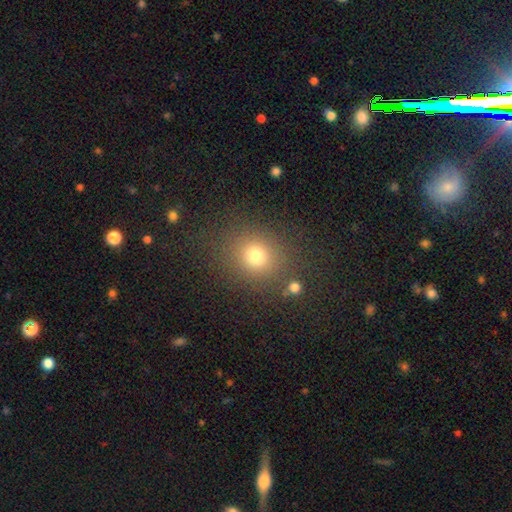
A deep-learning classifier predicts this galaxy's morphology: Overall: smooth (75%). How rounded: round (78%). Merging: none (82%).